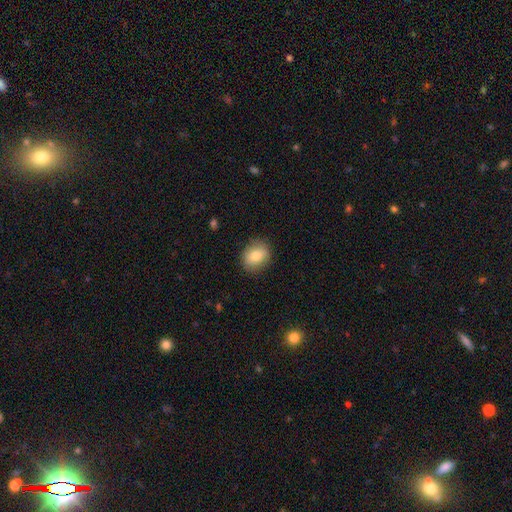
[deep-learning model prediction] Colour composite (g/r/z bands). It shows a smooth galaxy with no disk features (78%) that is round (53%). Merging: none (86%).